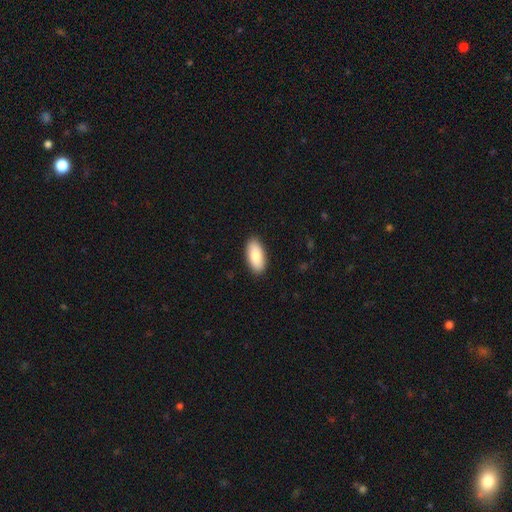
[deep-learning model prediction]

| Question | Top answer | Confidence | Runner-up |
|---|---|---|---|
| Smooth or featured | smooth | 85% | featured or disk (10%) |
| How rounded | in between | 90% | cigar-shaped (8%) |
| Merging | none | 90% | minor disturbance (8%) |